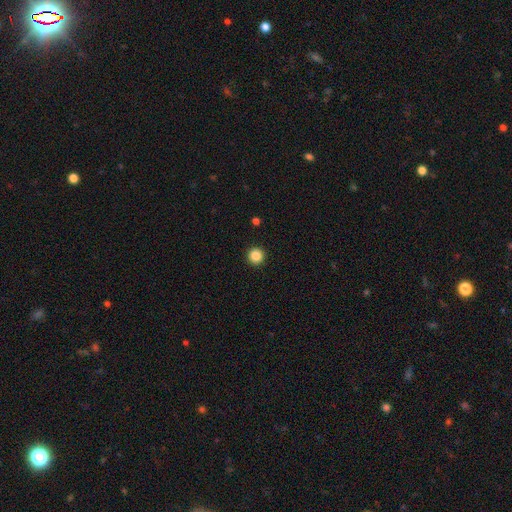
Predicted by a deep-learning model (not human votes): Smooth or featured: smooth — 86% (star or artifact — 11%)
How rounded: round — 96% (in between — 3%)
Merging: none — 94% (minor disturbance — 4%)